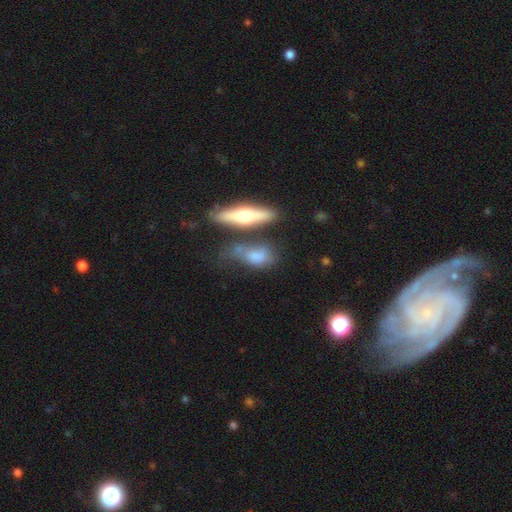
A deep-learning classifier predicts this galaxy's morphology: Overall: smooth (54%; featured or disk 36%). How rounded: in between (60%; cigar-shaped 28%). Merging: none (49%; merger 21%).